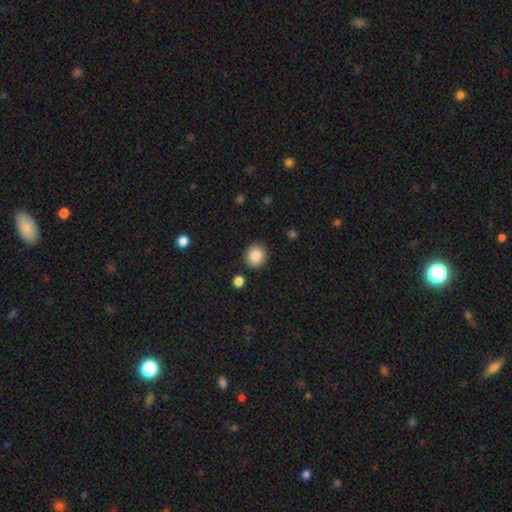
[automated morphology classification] type=smooth (87%); roundness=round (89%); merging=none (89%).